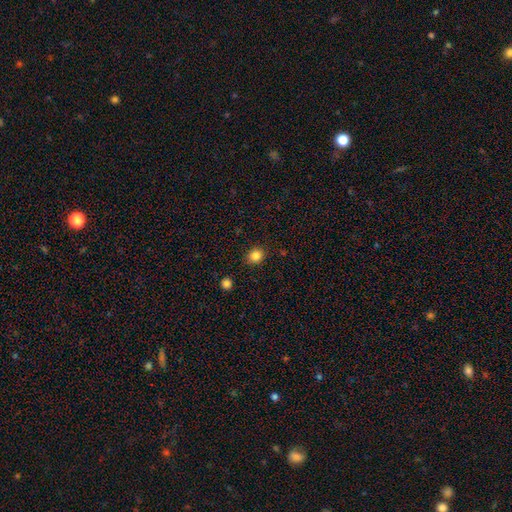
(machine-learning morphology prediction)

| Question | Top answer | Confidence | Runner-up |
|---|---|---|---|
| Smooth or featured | smooth | 84% | star or artifact (12%) |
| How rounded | round | 81% | in between (18%) |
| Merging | none | 89% | minor disturbance (8%) |